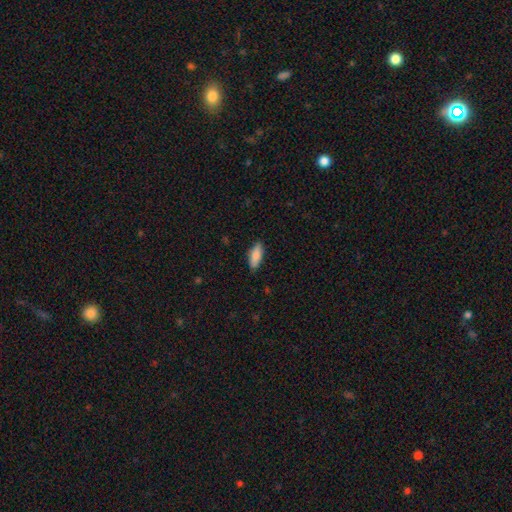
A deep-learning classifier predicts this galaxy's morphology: smooth 86%, featured or disk 8%, star or artifact 6%. Down the decision tree: how rounded — in between (72%); merging — none (85%).